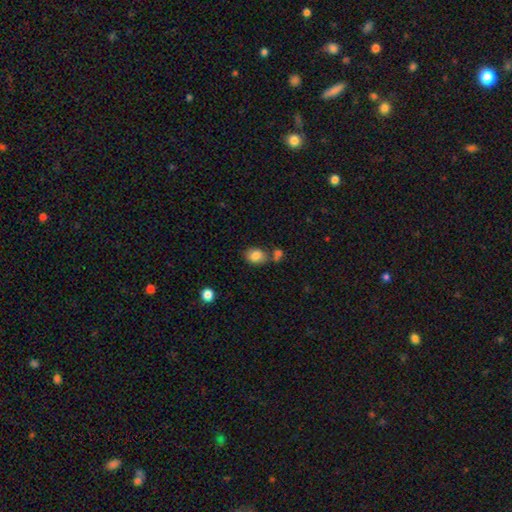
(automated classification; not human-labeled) This is clearly a smooth galaxy (84%). How rounded: likely in between (62%). Merging: likely none (61%).